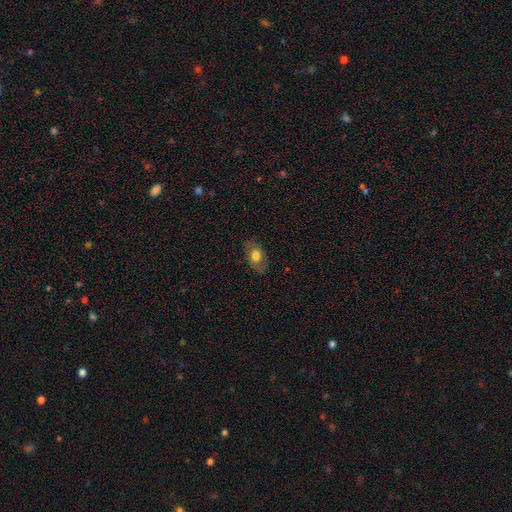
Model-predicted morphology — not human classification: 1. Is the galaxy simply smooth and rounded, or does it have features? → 67% smooth, 25% featured or disk, 8% star or artifact.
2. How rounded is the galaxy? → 84% in between, 14% round, 2% cigar-shaped.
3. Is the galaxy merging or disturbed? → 80% none, 14% minor disturbance, 4% major disturbance, 1% merger.